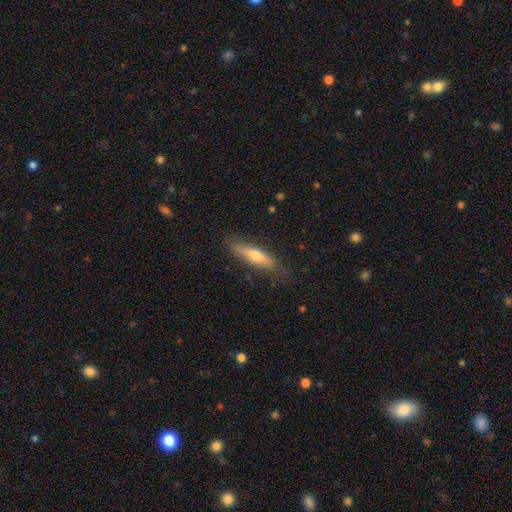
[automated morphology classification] type=smooth (52%); roundness=cigar-shaped (77%); merging=none (82%).